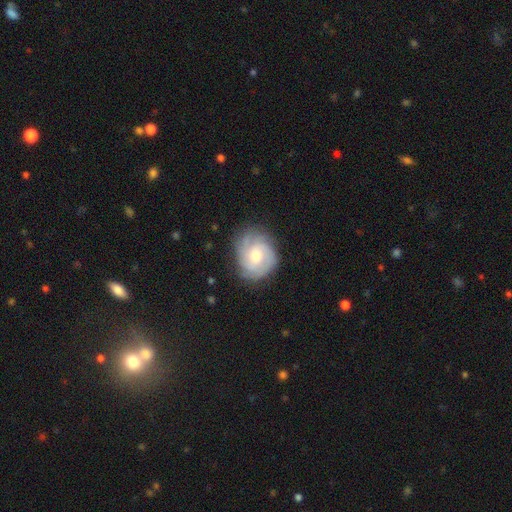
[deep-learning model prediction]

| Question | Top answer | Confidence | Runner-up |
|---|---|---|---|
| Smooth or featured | featured or disk | 74% | smooth (20%) |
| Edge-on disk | no | 98% | yes (2%) |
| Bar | no | 61% | weak (34%) |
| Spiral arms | yes | 94% | no (6%) |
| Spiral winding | tight | 56% | medium (35%) |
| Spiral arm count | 3 | 33% | 2 (25%) |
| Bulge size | moderate | 62% | small (28%) |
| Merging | none | 74% | minor disturbance (18%) |